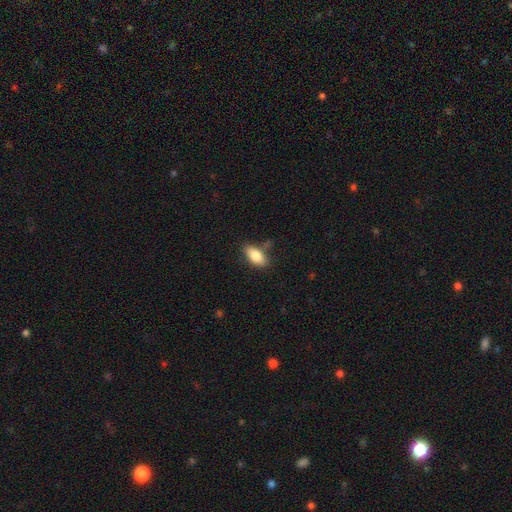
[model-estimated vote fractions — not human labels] Smooth or featured?
  - smooth: 83% *
  - featured or disk: 10%
  - star or artifact: 7%
How rounded?
  - in between: 90% *
  - cigar-shaped: 7%
  - round: 3%
Merging?
  - none: 75% *
  - minor disturbance: 17%
  - merger: 5%
  - major disturbance: 4%